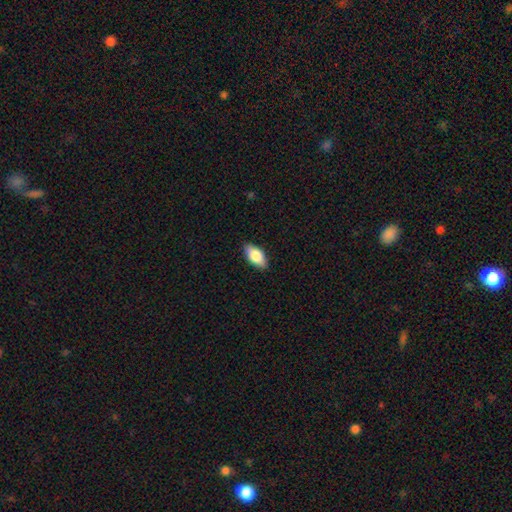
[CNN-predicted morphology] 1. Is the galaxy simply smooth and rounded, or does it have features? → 82% smooth, 11% featured or disk, 6% star or artifact.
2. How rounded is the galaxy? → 91% in between, 5% cigar-shaped, 3% round.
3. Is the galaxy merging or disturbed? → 86% none, 11% minor disturbance, 2% major disturbance, 1% merger.